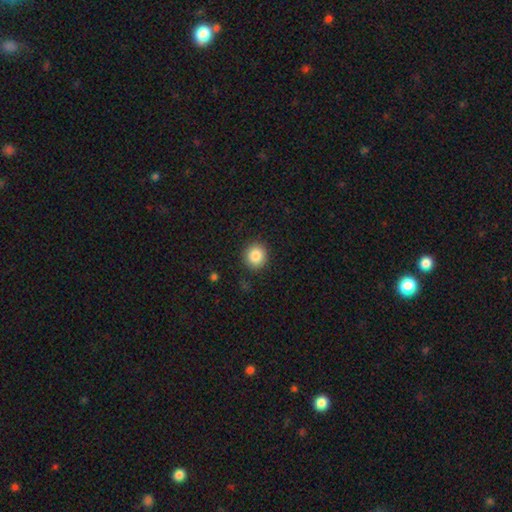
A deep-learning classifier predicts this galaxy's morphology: A smooth galaxy with no disk features (86%) that is round (87%).

Vote fractions:
- Smooth or featured? smooth: 86% / star or artifact: 9% / featured or disk: 5%
- How rounded? round: 87% / in between: 12% / cigar-shaped: 1%
- Merging? none: 89% / minor disturbance: 7% / major disturbance: 2% / merger: 1%